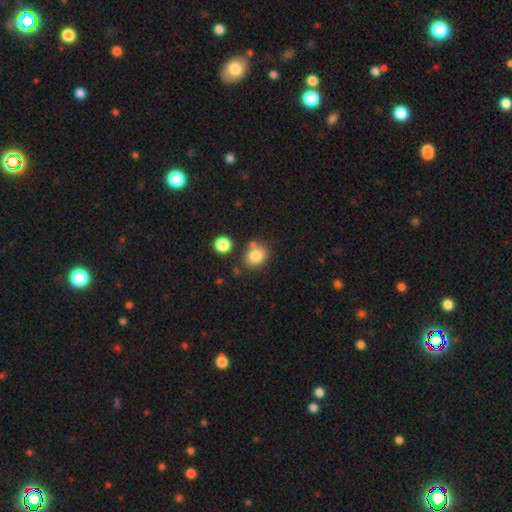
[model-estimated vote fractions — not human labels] Smooth or featured? Predicted: smooth (p=0.82). How rounded? Predicted: round (p=0.54). Merging? Predicted: none (p=0.70).